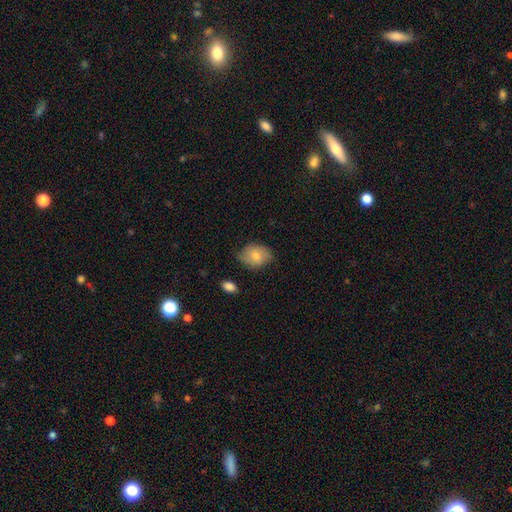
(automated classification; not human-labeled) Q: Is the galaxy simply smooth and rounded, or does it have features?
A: smooth — 76%.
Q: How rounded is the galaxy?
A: in between — 67%.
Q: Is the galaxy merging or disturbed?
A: none — 70%.